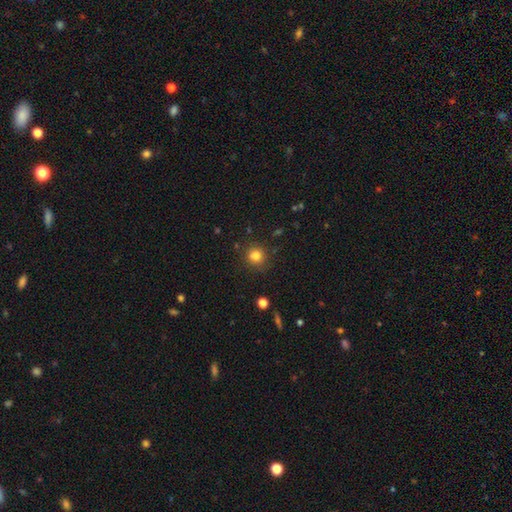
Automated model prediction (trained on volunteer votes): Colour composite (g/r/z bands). It shows a smooth galaxy with no disk features (82%) that is round (88%). Merging: none (84%).